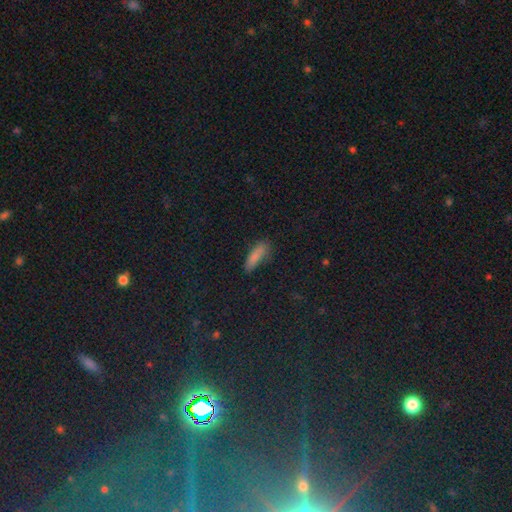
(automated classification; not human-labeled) A smooth galaxy with no disk features (81%) that is cigar-shaped (50%). Merging: none (69%).